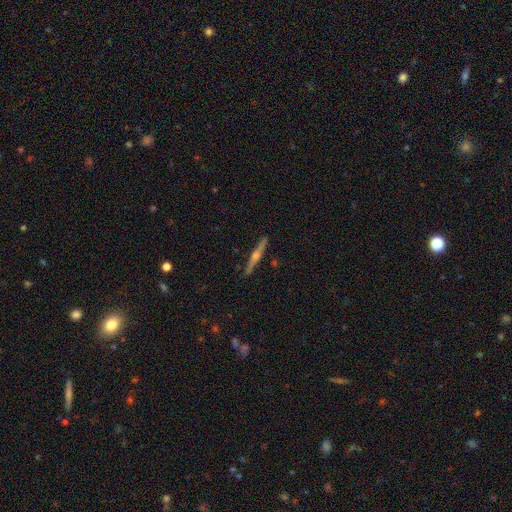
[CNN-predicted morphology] A featured or disk galaxy (79%) viewed edge-on (98%) with a rounded central bulge (90%).

Vote fractions:
- Smooth or featured? featured or disk: 79% / smooth: 16% / star or artifact: 5%
- Edge-on disk? yes: 98% / no: 2%
- Edge-on bulge? rounded: 90% / none: 5% / boxy: 4%
- Merging? none: 91% / minor disturbance: 6% / major disturbance: 1% / merger: 1%